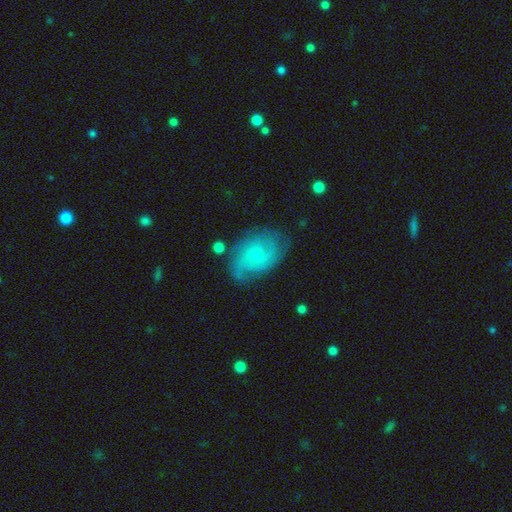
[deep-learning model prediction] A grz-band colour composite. It shows a featured or disk galaxy (68%) with no bar (70%), 2 (38%) medium (42%) spiral arms (90%) and a small central bulge (80%). Merging: none (67%).